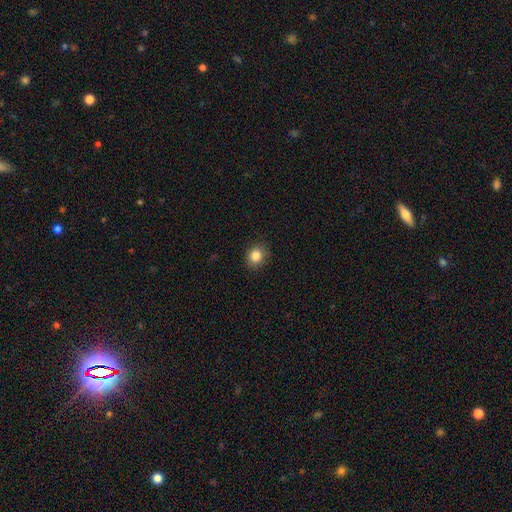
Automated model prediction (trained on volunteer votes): Smooth or featured? smooth (85%)
How rounded? round (72%)
Merging? none (88%)